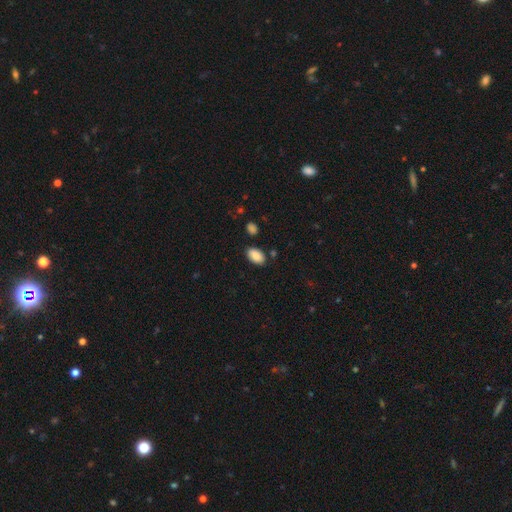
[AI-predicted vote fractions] A smooth galaxy with no disk features (87%) that is in between round and cigar-shaped (93%). Merging: none (83%).